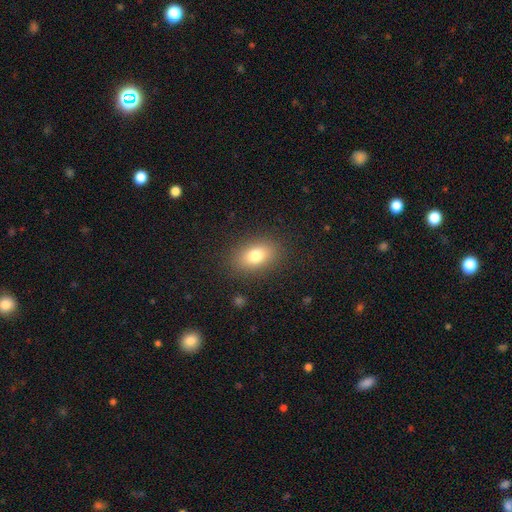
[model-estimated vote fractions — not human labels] This appears to be a smooth galaxy with no disk features (78%) that is in between round and cigar-shaped (81%). Merging: none (86%).